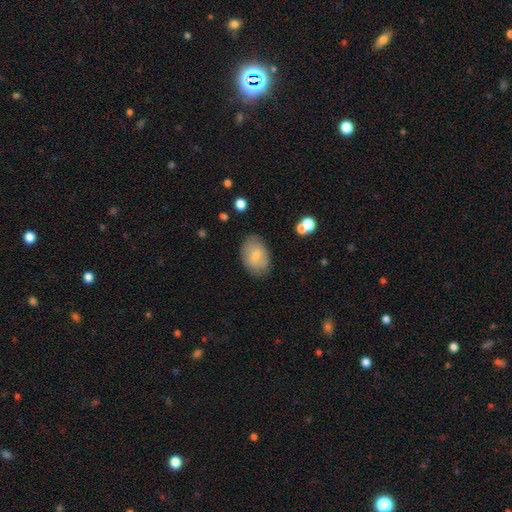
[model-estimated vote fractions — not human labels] smooth-or-featured: smooth: 74% | featured or disk: 18% | star or artifact: 7%
  how-rounded: in between: 82% | round: 17% | cigar-shaped: 1%
  merging: none: 78% | minor disturbance: 16% | major disturbance: 4% | merger: 2%